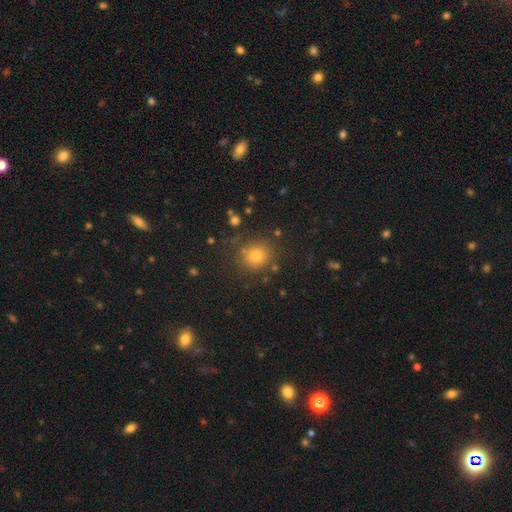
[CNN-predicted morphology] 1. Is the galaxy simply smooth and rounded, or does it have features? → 76% smooth, 17% star or artifact, 7% featured or disk.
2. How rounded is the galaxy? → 87% round, 12% in between, 1% cigar-shaped.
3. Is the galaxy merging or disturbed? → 82% none, 10% minor disturbance, 4% major disturbance, 3% merger.